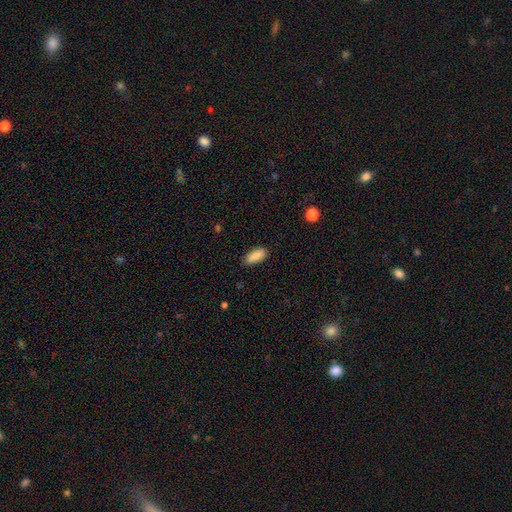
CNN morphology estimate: A smooth galaxy with no disk features (88%) that is in between round and cigar-shaped (79%).

Vote fractions:
- Smooth or featured? smooth: 88% / star or artifact: 7% / featured or disk: 6%
- How rounded? in between: 79% / cigar-shaped: 19% / round: 2%
- Merging? none: 85% / minor disturbance: 11% / major disturbance: 2% / merger: 1%